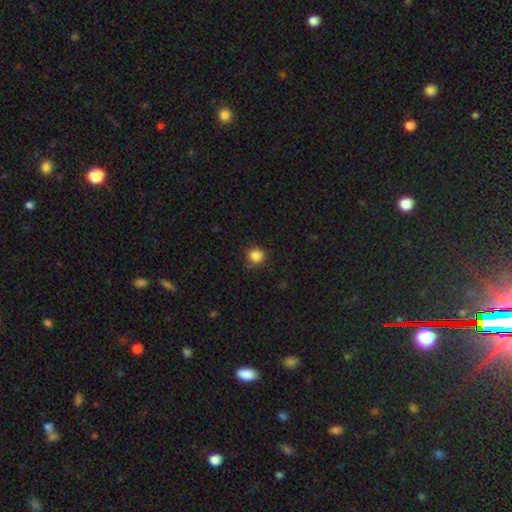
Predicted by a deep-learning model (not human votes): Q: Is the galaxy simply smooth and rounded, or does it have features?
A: smooth — 85%.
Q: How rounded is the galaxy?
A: round — 91%.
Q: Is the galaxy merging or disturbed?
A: none — 83%.